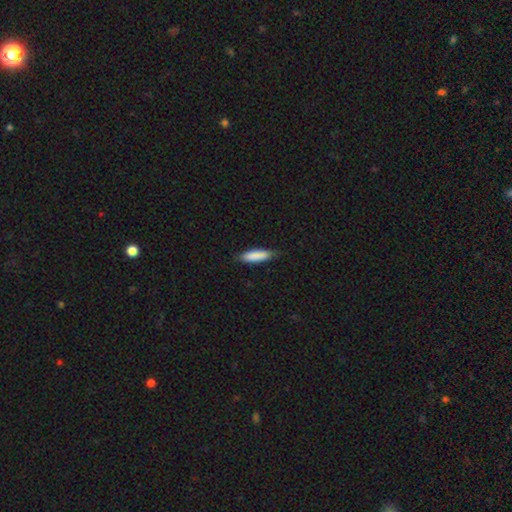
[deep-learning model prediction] A smooth galaxy with no disk features (87%) that is cigar-shaped (60%). Merging: none (82%).